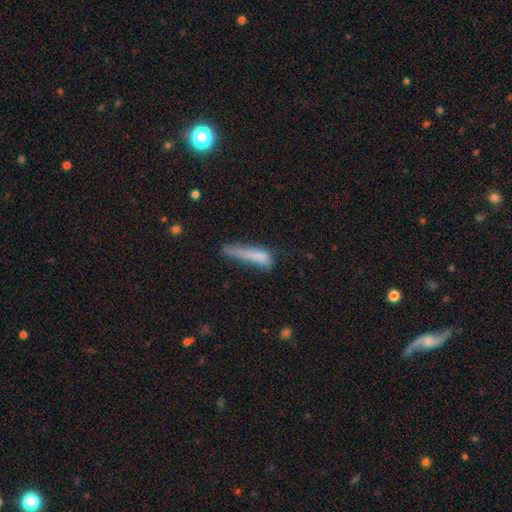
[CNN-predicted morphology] The model was most divided on "merging" (2-way tie): minor disturbance: 33%, none: 33%, major disturbance: 28%, merger: 6%. More confident: how rounded — cigar-shaped (82%); smooth or featured — smooth (74%).